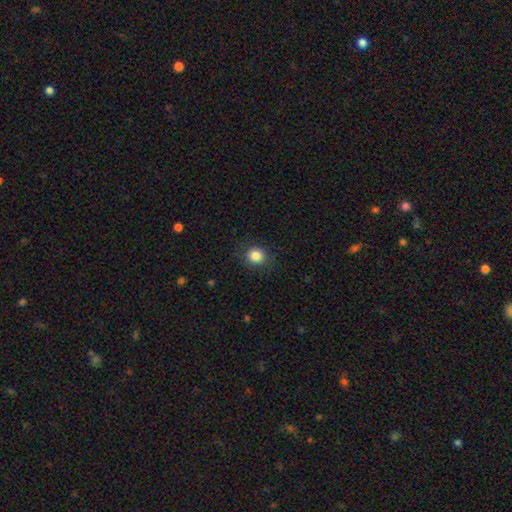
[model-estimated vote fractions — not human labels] Smooth or featured? smooth (84%)
How rounded? round (82%)
Merging? none (86%)